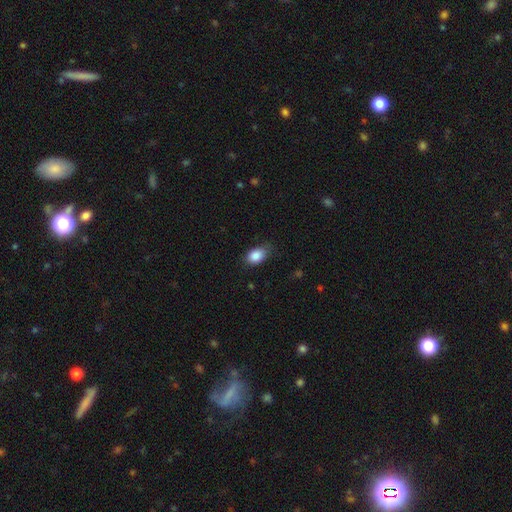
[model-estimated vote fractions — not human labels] Smooth or featured?
  - smooth: 87% *
  - star or artifact: 8%
  - featured or disk: 5%
How rounded?
  - in between: 83% *
  - round: 15%
  - cigar-shaped: 2%
Merging?
  - none: 73% *
  - minor disturbance: 21%
  - major disturbance: 4%
  - merger: 1%